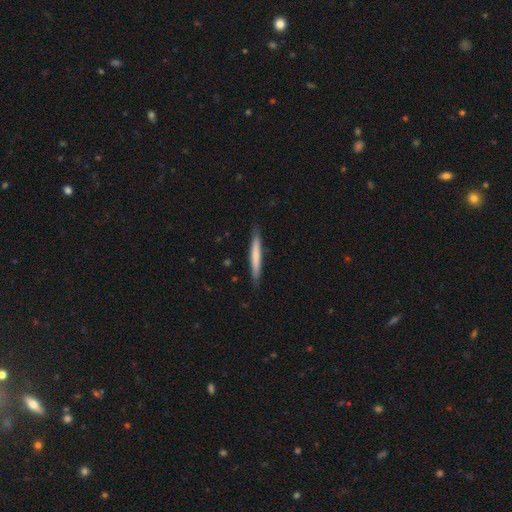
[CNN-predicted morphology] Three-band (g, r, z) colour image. It shows a smooth galaxy with no disk features (64%) that is cigar-shaped (96%). Merging: none (88%).